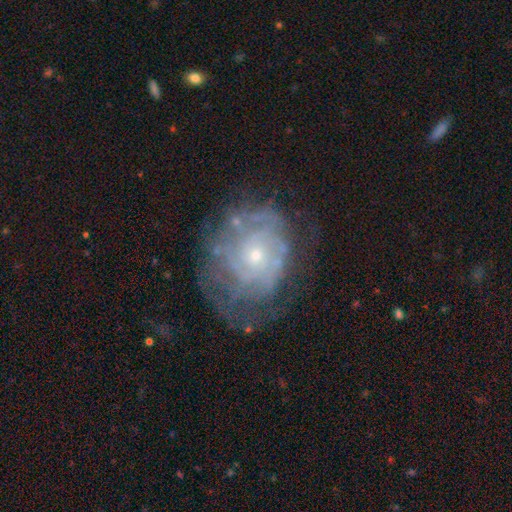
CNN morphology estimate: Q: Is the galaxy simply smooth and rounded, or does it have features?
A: featured or disk — 77%.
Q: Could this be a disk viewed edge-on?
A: no — 97%.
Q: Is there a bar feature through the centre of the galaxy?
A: no — 84%.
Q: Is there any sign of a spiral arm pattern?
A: yes — 78%.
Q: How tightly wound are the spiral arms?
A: tight — 67%.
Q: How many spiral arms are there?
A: can't tell — 56%.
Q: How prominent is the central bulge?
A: small — 70%.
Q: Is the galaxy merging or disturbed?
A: none — 54%.